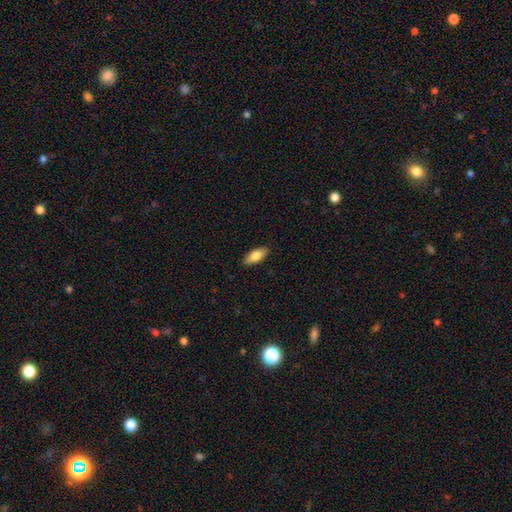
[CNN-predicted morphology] smooth-or-featured: smooth: 79% | featured or disk: 15% | star or artifact: 6%
  how-rounded: in between: 82% | cigar-shaped: 16% | round: 2%
  merging: none: 88% | minor disturbance: 9% | major disturbance: 2% | merger: 1%